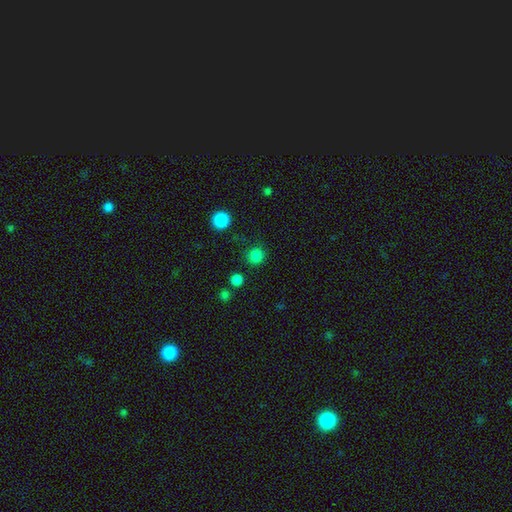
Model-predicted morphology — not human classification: Smooth or featured: smooth — 83% (star or artifact — 14%)
How rounded: round — 94% (in between — 5%)
Merging: none — 86% (minor disturbance — 8%)